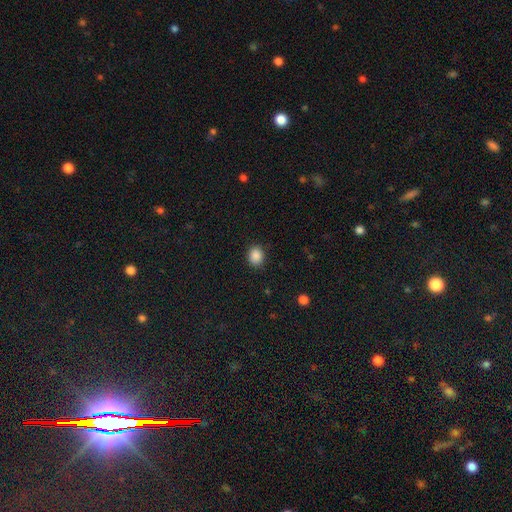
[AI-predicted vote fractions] Overall: smooth (88%). How rounded: round (62%; in between 37%). Merging: none (89%).